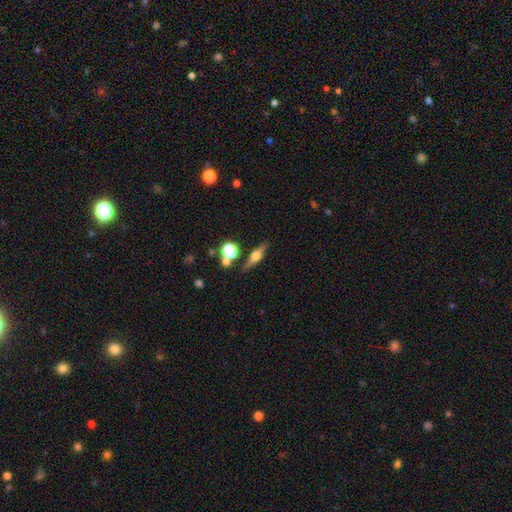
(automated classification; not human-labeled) Smooth or featured?
  - featured or disk: 59% *
  - smooth: 32%
  - star or artifact: 9%
Edge-on disk?
  - yes: 93% *
  - no: 7%
Edge-on bulge?
  - rounded: 93% *
  - boxy: 5%
  - none: 2%
Merging?
  - none: 80% *
  - minor disturbance: 11%
  - merger: 6%
  - major disturbance: 3%